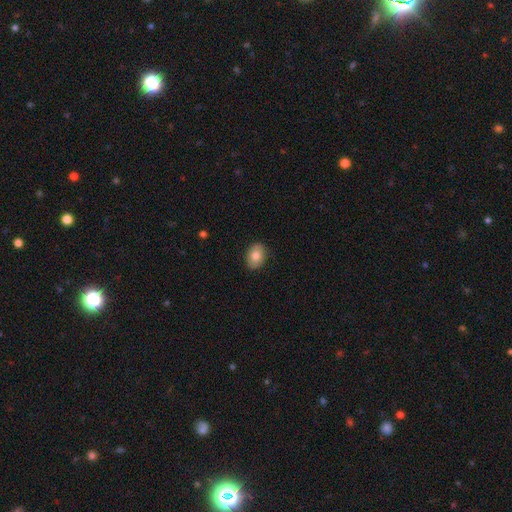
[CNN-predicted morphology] This is clearly a smooth galaxy (81%). How rounded: likely in between (75%). Merging: clearly none (89%).